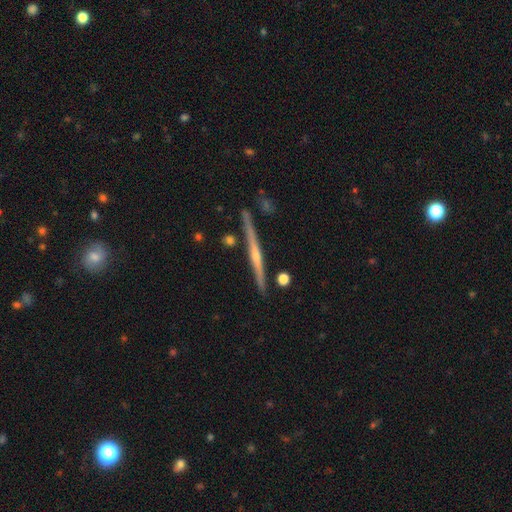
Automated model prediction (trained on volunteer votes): This appears to be a featured or disk galaxy (78%) viewed edge-on (98%) with a rounded central bulge (69%). Merging: none (87%).